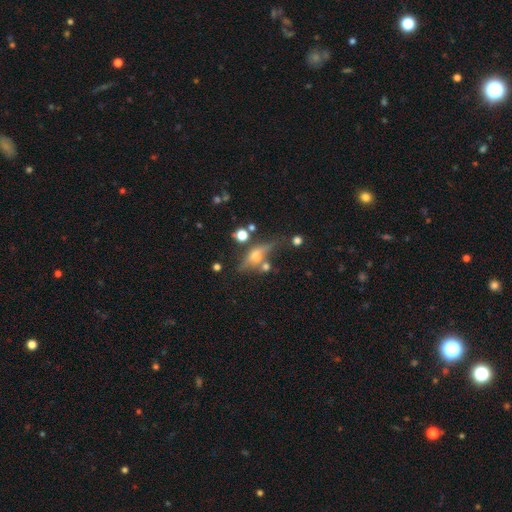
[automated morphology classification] featured or disk 63%, smooth 25%, star or artifact 12%. Down the decision tree: edge-on disk — yes (86%); edge-on bulge — rounded (93%); merging — none (65%).